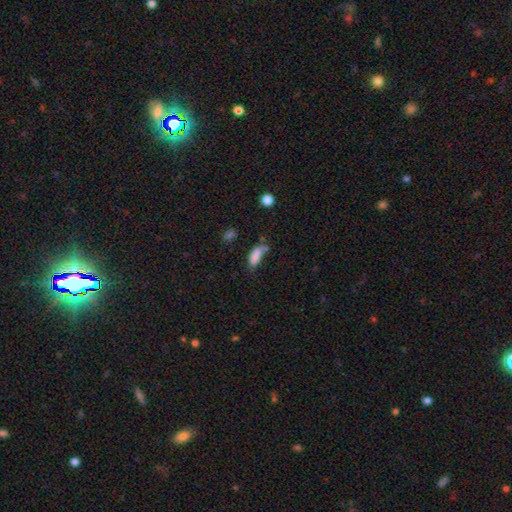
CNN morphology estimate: This appears to be a smooth galaxy with no disk features (80%) that is in between round and cigar-shaped (72%). Merging: none (39%).